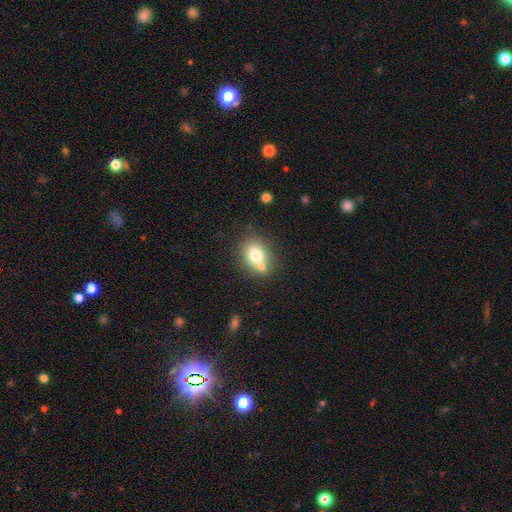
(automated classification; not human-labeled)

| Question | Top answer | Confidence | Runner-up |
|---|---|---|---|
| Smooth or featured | smooth | 72% | featured or disk (17%) |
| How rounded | round | 50% | in between (49%) |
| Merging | none | 55% | merger (29%) |